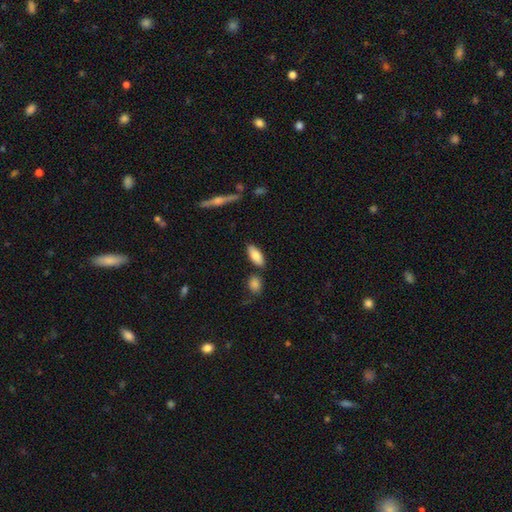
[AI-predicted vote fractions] Smooth or featured? Predicted: smooth (p=0.81). How rounded? Predicted: in between (p=0.81). Merging? Predicted: none (p=0.81).